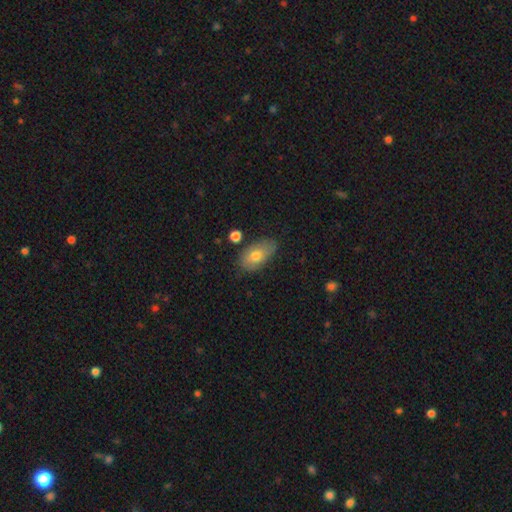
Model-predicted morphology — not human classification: Smooth or featured? Predicted: smooth (p=0.74). How rounded? Predicted: in between (p=0.92). Merging? Predicted: none (p=0.72).